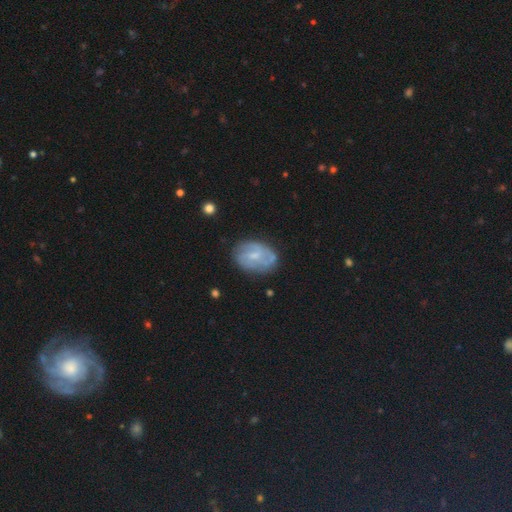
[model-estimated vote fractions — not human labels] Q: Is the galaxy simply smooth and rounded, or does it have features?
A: featured or disk — 68%.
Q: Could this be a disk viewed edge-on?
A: no — 97%.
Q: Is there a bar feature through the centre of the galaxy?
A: no — 48%.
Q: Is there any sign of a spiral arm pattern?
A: yes — 85%.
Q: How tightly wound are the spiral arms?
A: tight — 44%.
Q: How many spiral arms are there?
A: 2 — 37%.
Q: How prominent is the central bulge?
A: small — 60%.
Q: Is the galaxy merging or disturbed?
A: none — 72%.